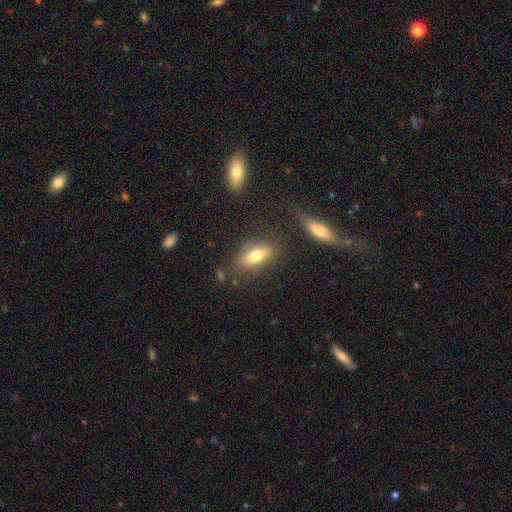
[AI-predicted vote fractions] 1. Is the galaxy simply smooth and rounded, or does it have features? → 73% smooth, 18% featured or disk, 9% star or artifact.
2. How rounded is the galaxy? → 82% in between, 11% cigar-shaped, 7% round.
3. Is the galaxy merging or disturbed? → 75% none, 15% minor disturbance, 5% major disturbance, 5% merger.